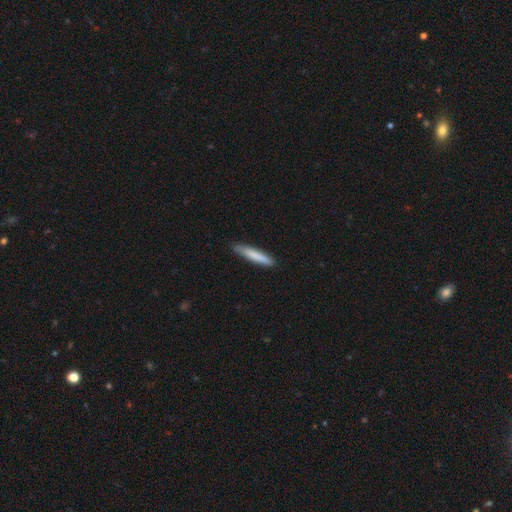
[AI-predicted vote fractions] smooth-or-featured: smooth: 80% | featured or disk: 14% | star or artifact: 5%
  how-rounded: cigar-shaped: 93% | in between: 6% | round: 1%
  merging: none: 86% | minor disturbance: 11% | major disturbance: 2% | merger: 1%